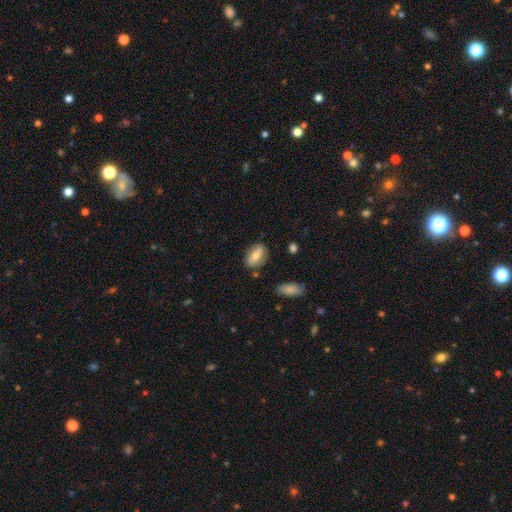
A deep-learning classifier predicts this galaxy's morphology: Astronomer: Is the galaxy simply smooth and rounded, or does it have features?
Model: smooth — 73%.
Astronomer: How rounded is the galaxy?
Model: in between — 86%.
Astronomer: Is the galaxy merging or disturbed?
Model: none — 79%.